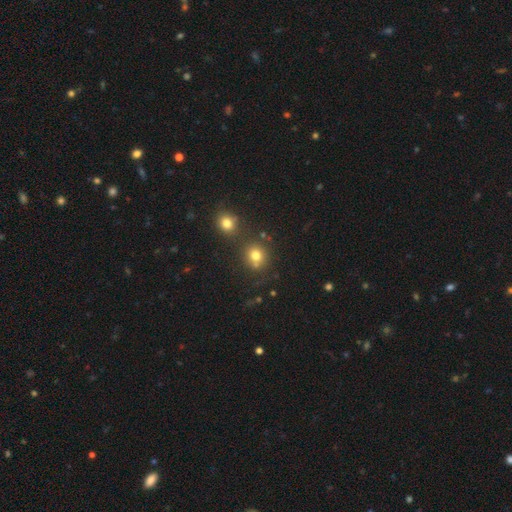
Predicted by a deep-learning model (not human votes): smooth-or-featured: smooth: 76% | star or artifact: 15% | featured or disk: 9%
  how-rounded: round: 84% | in between: 15% | cigar-shaped: 1%
  merging: none: 66% | merger: 19% | minor disturbance: 10% | major disturbance: 4%